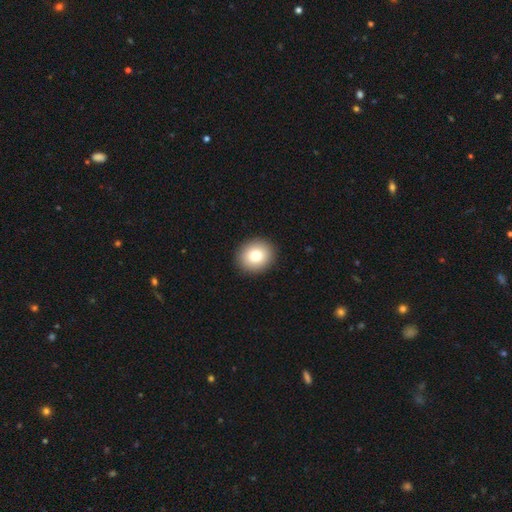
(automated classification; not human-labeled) Morphology: type=smooth (80%); roundness=round (77%); merging=none (92%).